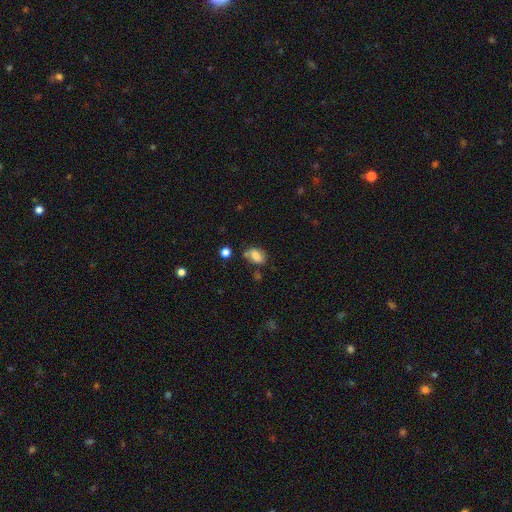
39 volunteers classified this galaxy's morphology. Q: Smooth or featured?
A: smooth (79%); runner-up: featured or disk (15%)
Q: How rounded?
A: in between (87%); runner-up: round (13%)
Q: Merging?
A: none (70%); runner-up: merger (16%)